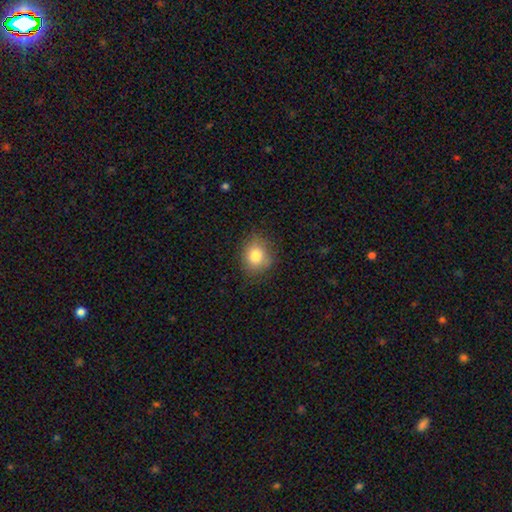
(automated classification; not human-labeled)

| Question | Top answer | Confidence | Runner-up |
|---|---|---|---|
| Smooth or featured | smooth | 81% | star or artifact (10%) |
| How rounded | round | 71% | in between (28%) |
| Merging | none | 79% | minor disturbance (15%) |